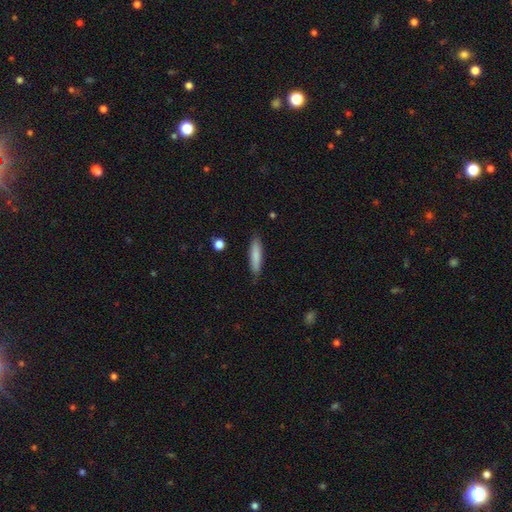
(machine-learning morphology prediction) Overall: smooth (80%). How rounded: cigar-shaped (82%). Merging: none (83%).